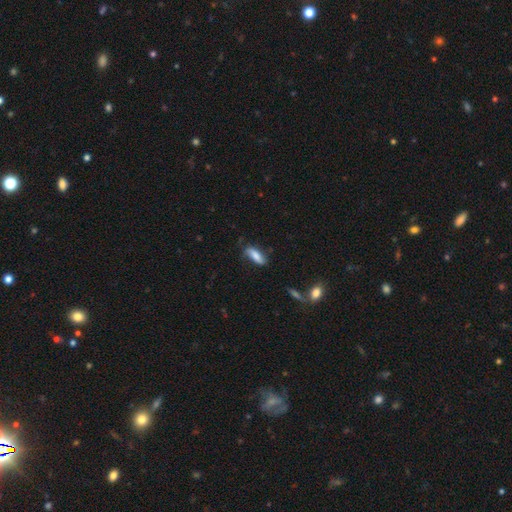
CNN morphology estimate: This appears to be a smooth galaxy with no disk features (75%) that is in between round and cigar-shaped (68%). Merging: none (61%).